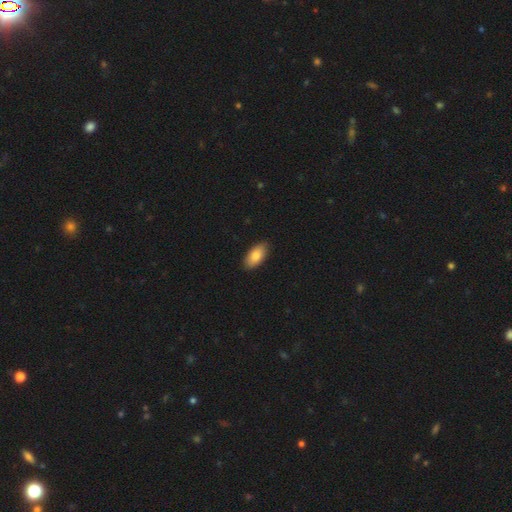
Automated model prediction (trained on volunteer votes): Overall: smooth (86%). How rounded: in between (94%). Merging: none (88%).